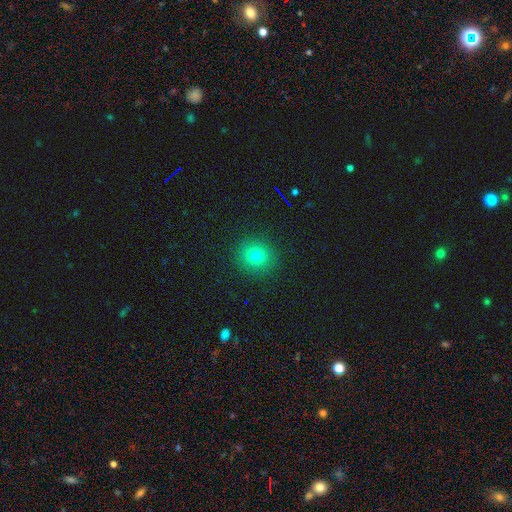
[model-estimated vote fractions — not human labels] A smooth galaxy with no disk features (77%) that is round (87%).

Vote fractions:
- Smooth or featured? smooth: 77% / star or artifact: 16% / featured or disk: 7%
- How rounded? round: 87% / in between: 12% / cigar-shaped: 1%
- Merging? none: 90% / minor disturbance: 7% / major disturbance: 2% / merger: 1%